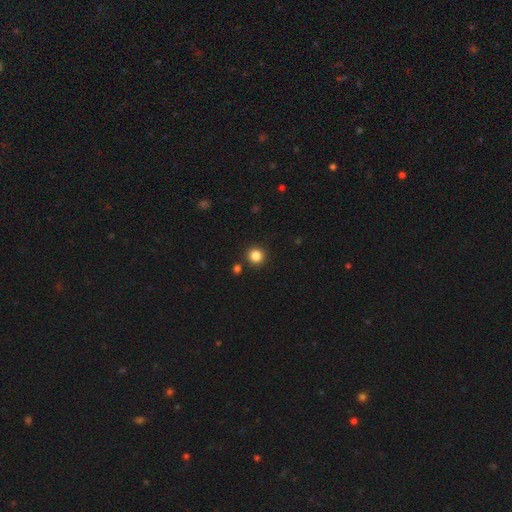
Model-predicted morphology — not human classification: A smooth galaxy with no disk features (84%) that is round (94%). Merging: none (90%).